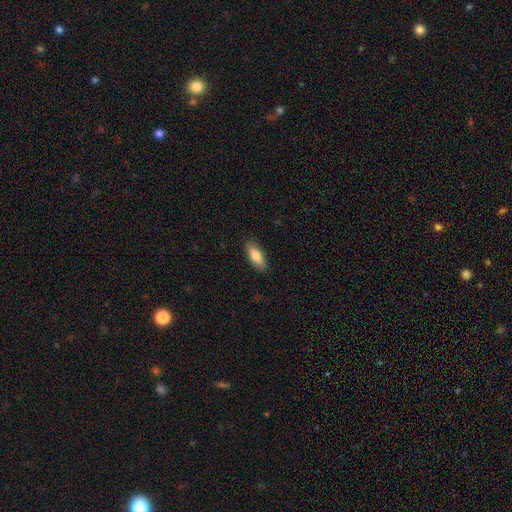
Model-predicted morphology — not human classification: A smooth galaxy with no disk features (79%) that is in between round and cigar-shaped (71%). Merging: none (88%).